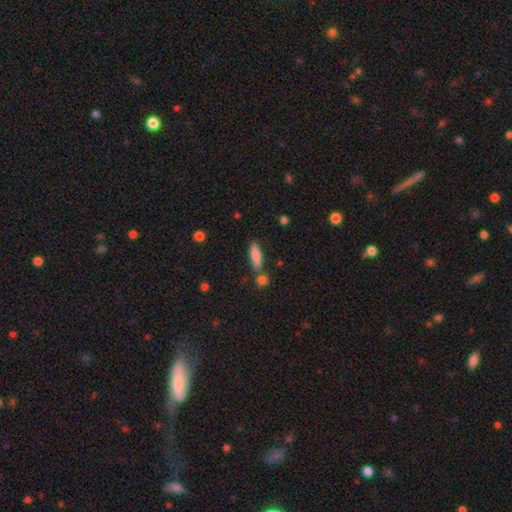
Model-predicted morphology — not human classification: smooth 81%, featured or disk 12%, star or artifact 7%. Down the decision tree: how rounded — cigar-shaped (62%); merging — none (74%).